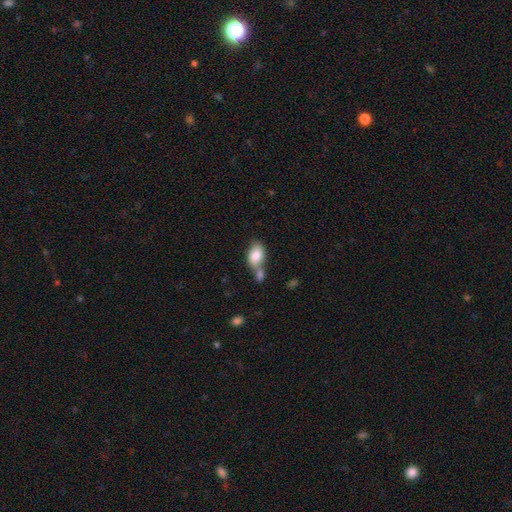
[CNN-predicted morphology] Q: Smooth or featured?
A: smooth (82%); runner-up: featured or disk (11%)
Q: How rounded?
A: in between (88%); runner-up: round (10%)
Q: Merging?
A: merger (42%); runner-up: none (39%)